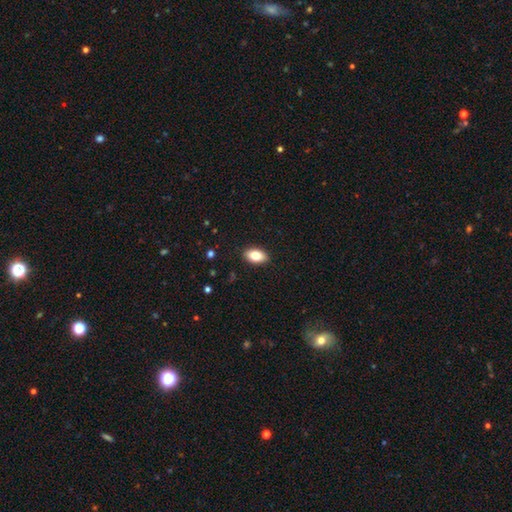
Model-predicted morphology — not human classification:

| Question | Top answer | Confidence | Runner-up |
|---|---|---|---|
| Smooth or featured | smooth | 82% | featured or disk (10%) |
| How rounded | in between | 92% | round (6%) |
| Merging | none | 89% | minor disturbance (8%) |